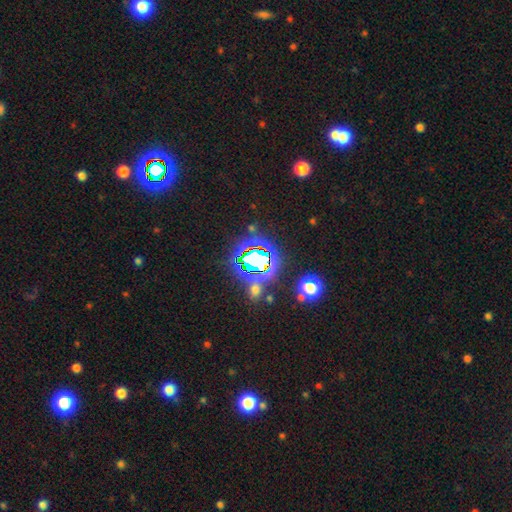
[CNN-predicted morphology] Smooth or featured? star or artifact (74%)